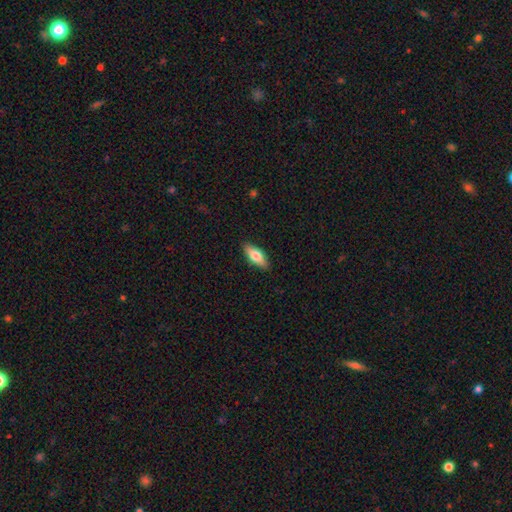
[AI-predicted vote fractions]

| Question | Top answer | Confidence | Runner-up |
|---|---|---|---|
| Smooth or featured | smooth | 73% | featured or disk (21%) |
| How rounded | in between | 75% | cigar-shaped (22%) |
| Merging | none | 88% | minor disturbance (9%) |